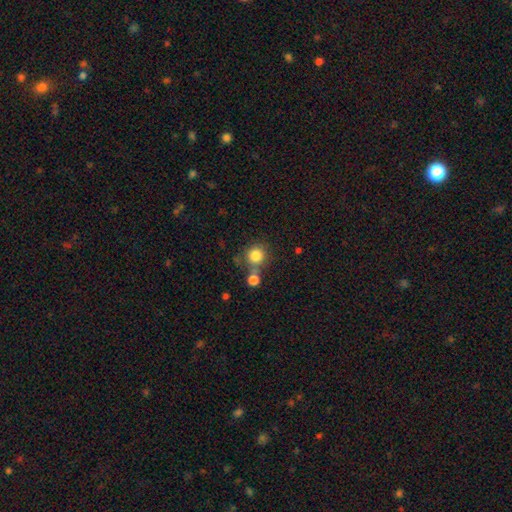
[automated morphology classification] smooth-or-featured: smooth: 82% | star or artifact: 11% | featured or disk: 7%
  how-rounded: round: 90% | in between: 9% | cigar-shaped: 1%
  merging: none: 63% | merger: 22% | minor disturbance: 10% | major disturbance: 4%